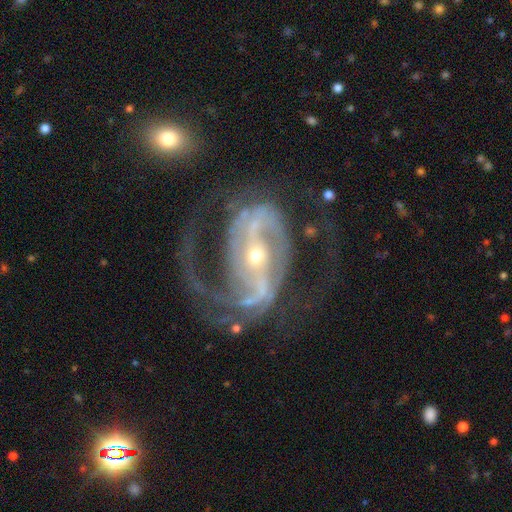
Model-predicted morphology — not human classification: Smooth or featured: featured or disk — 91% (star or artifact — 6%)
Edge-on disk: no — 96% (yes — 4%)
Bar: strong — 64% (weak — 24%)
Spiral arms: yes — 97% (no — 3%)
Spiral winding: medium — 54% (loose — 27%)
Spiral arm count: 2 — 82% (3 — 6%)
Bulge size: small — 65% (moderate — 31%)
Merging: none — 55% (major disturbance — 25%)